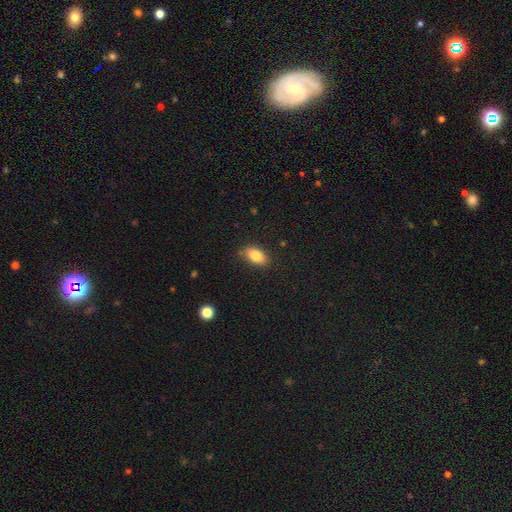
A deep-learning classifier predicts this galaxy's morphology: The model was most divided on "merging": none: 83%, minor disturbance: 13%, major disturbance: 3%, merger: 1%. More confident: how rounded — in between (89%); smooth or featured — smooth (83%).